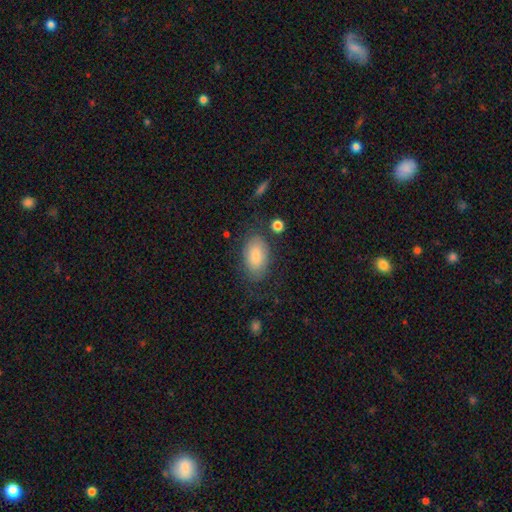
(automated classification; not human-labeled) Smooth or featured? Predicted: smooth (p=0.80). How rounded? Predicted: in between (p=0.92). Merging? Predicted: none (p=0.71).